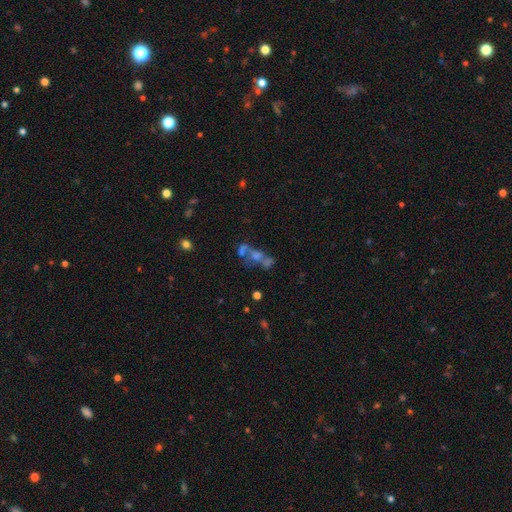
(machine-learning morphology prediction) smooth-or-featured: featured or disk: 39% | smooth: 34% | star or artifact: 28%
  merging: merger: 44% | none: 32% | major disturbance: 14% | minor disturbance: 10%